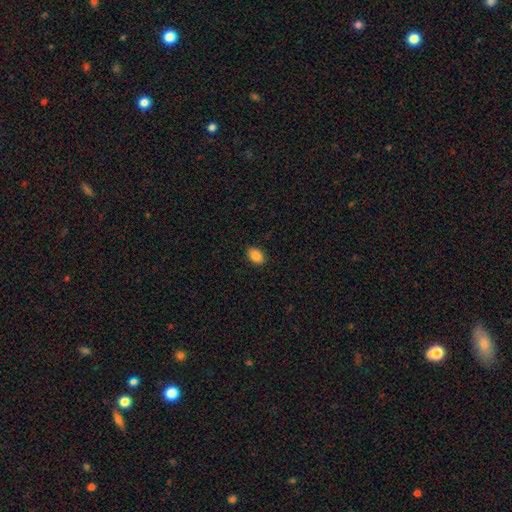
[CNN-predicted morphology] Smooth or featured: smooth — 87% (star or artifact — 8%)
How rounded: in between — 85% (round — 13%)
Merging: none — 89% (minor disturbance — 8%)